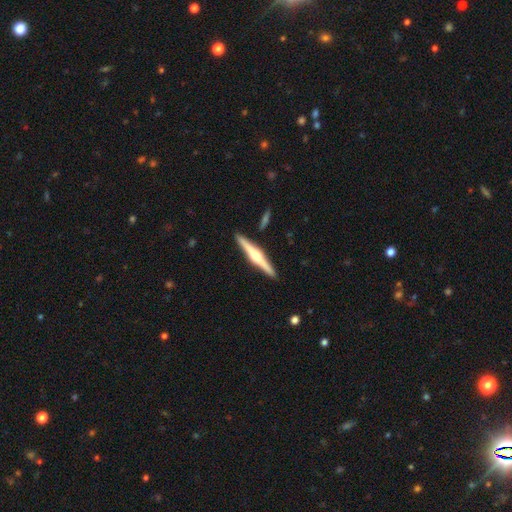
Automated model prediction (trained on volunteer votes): smooth-or-featured: featured or disk: 73% | smooth: 22% | star or artifact: 5%
  disk-edge-on: yes: 98% | no: 2%
    edge-on-bulge: rounded: 87% | boxy: 8% | none: 5%
  merging: none: 91% | minor disturbance: 6% | merger: 2% | major disturbance: 1%